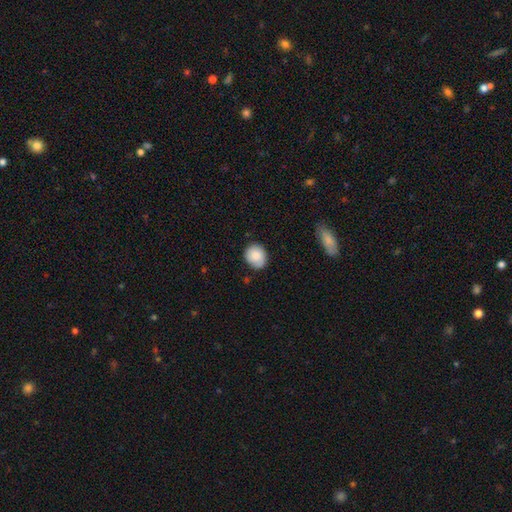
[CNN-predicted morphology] Smooth or featured? smooth (81%)
How rounded? round (68%)
Merging? none (76%)